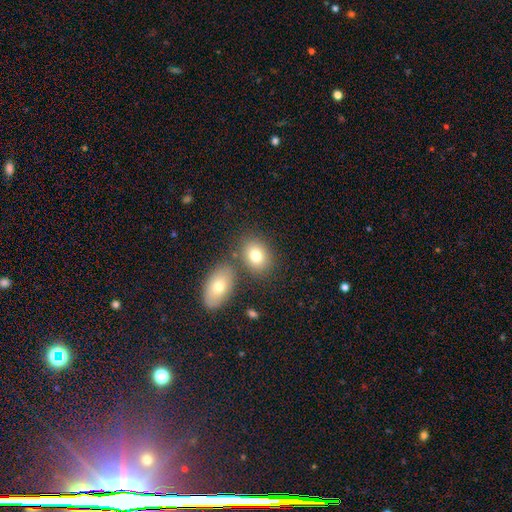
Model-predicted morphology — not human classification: The model was most divided on "how rounded": in between: 61%, round: 38%, cigar-shaped: 1%. More confident: smooth or featured — smooth (77%); merging — none (67%).